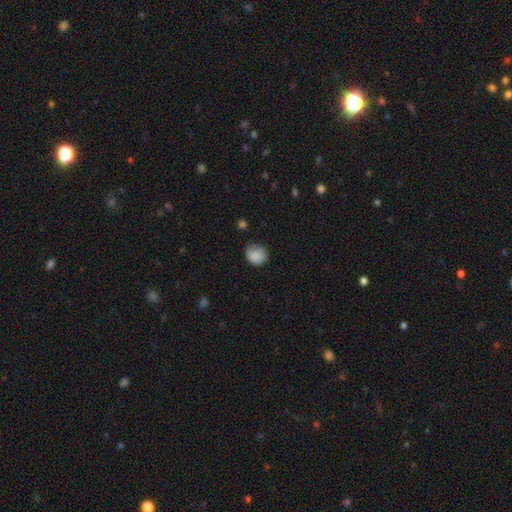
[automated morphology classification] smooth 86%, star or artifact 8%, featured or disk 5%. Down the decision tree: how rounded — round (74%); merging — none (69%).